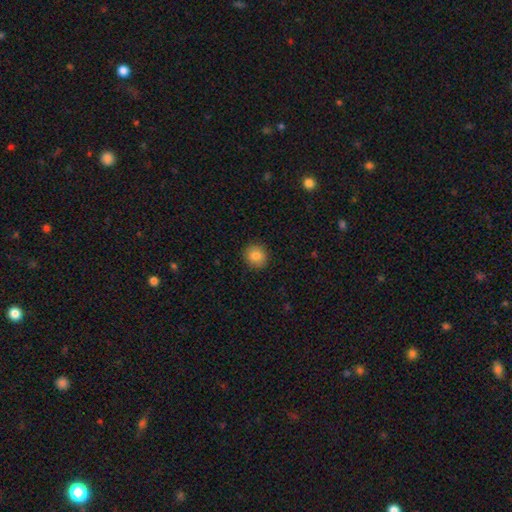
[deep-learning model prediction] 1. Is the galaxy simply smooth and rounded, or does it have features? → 85% smooth, 9% star or artifact, 6% featured or disk.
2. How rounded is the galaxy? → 88% round, 11% in between, 1% cigar-shaped.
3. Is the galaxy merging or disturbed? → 90% none, 7% minor disturbance, 2% major disturbance, 1% merger.